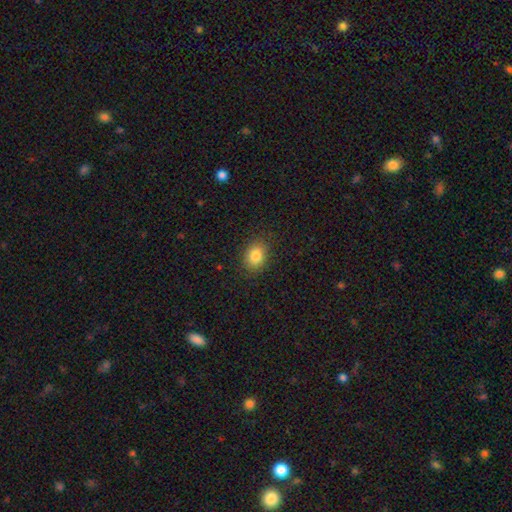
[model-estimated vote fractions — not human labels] A smooth galaxy with no disk features (84%) that is in between round and cigar-shaped (53%).

Vote fractions:
- Smooth or featured? smooth: 84% / star or artifact: 10% / featured or disk: 6%
- How rounded? in between: 53% / round: 46% / cigar-shaped: 1%
- Merging? none: 87% / minor disturbance: 10% / major disturbance: 3% / merger: 1%